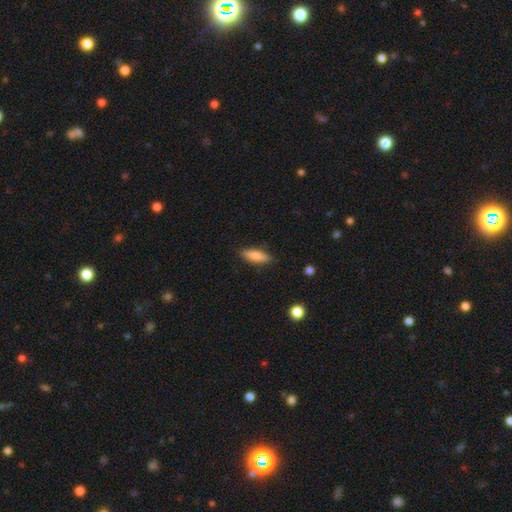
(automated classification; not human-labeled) Morphology: type=smooth (76%); roundness=cigar-shaped (52%); merging=none (86%).